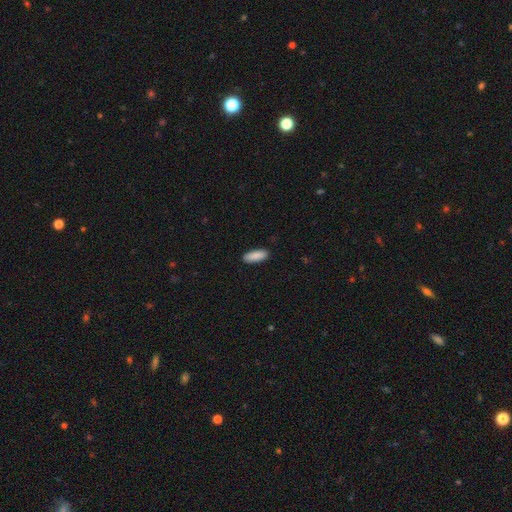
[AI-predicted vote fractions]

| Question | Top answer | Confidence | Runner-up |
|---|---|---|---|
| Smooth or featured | smooth | 90% | star or artifact (6%) |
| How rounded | in between | 72% | cigar-shaped (27%) |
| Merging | none | 89% | minor disturbance (8%) |